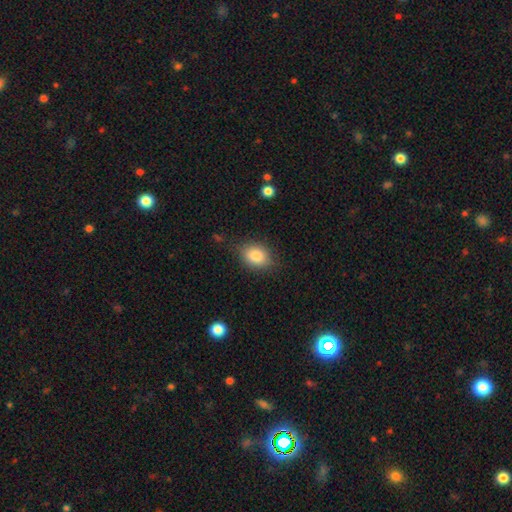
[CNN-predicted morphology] This is clearly a smooth galaxy (83%). How rounded: likely in between (67%). Merging: likely none (76%).